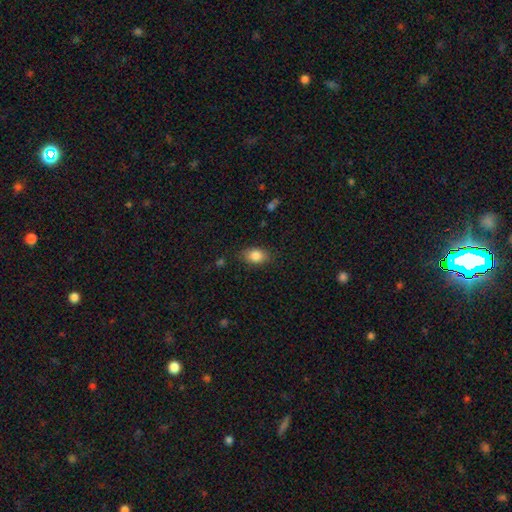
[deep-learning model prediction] A smooth galaxy with no disk features (85%) that is in between round and cigar-shaped (81%). Merging: none (82%).